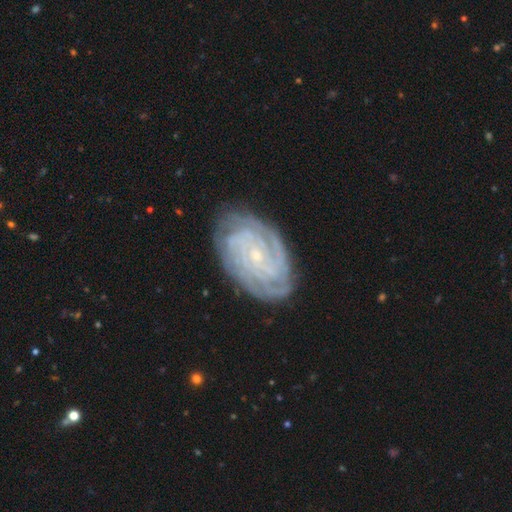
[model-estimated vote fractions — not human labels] This appears to be a featured or disk galaxy (87%) with no bar (68%), can't tell (25%, tied with 4) tight (81%) spiral arms (97%) and a small central bulge (84%). Merging: none (80%).